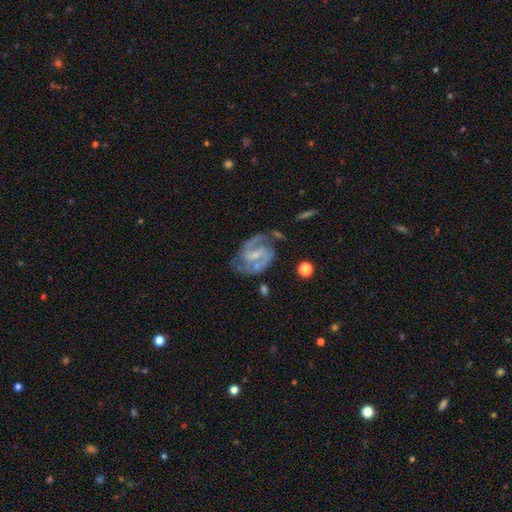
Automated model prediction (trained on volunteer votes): This is clearly a featured or disk galaxy (88%). It is clearly not viewed edge-on (98%). Bar: possibly weak (51%). Spiral arm pattern: clearly yes (96%). Spiral arm count: clearly 2 (88%). Spiral winding: possibly medium (56%). Central bulge: marginally small (45%). Merging: likely none (63%).